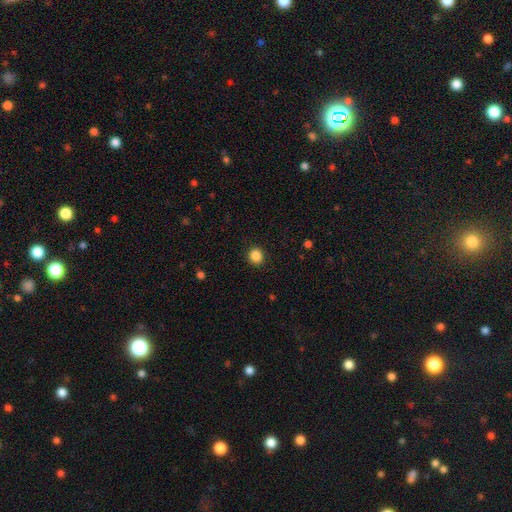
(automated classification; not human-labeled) smooth-or-featured: smooth: 86% | star or artifact: 11% | featured or disk: 3%
  how-rounded: round: 89% | in between: 10% | cigar-shaped: 1%
  merging: none: 92% | minor disturbance: 5% | major disturbance: 2% | merger: 1%